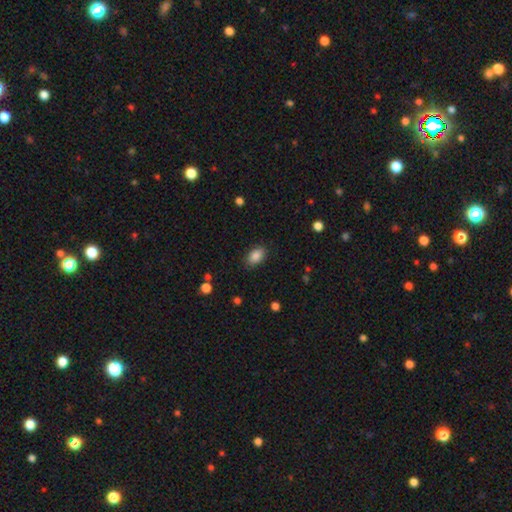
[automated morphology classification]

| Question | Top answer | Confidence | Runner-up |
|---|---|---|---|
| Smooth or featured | smooth | 87% | star or artifact (8%) |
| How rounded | in between | 87% | round (12%) |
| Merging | none | 85% | minor disturbance (11%) |